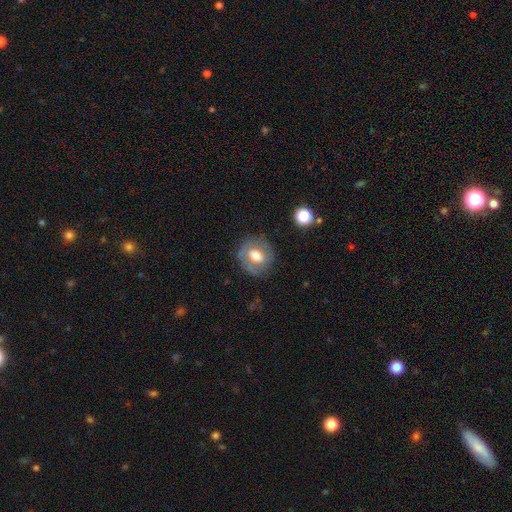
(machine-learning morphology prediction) The model was most divided on "smooth or featured": smooth: 53%, featured or disk: 39%, star or artifact: 8%. More confident: merging — none (75%); how rounded — round (71%).